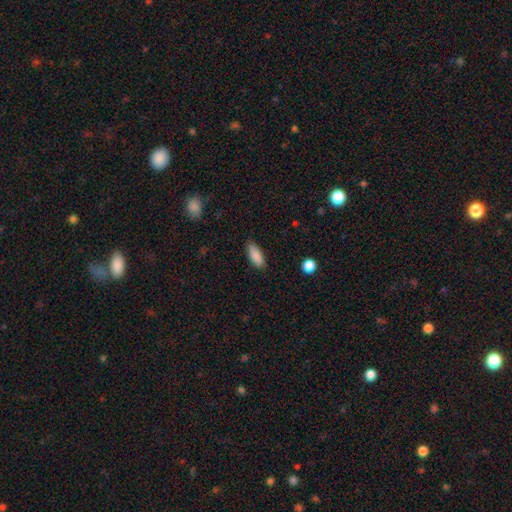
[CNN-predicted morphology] smooth-or-featured: smooth: 88% | star or artifact: 7% | featured or disk: 5%
  how-rounded: in between: 76% | cigar-shaped: 22% | round: 2%
  merging: none: 83% | minor disturbance: 13% | major disturbance: 3% | merger: 1%